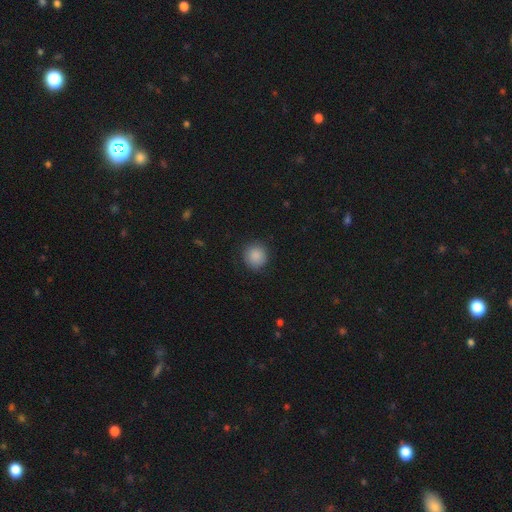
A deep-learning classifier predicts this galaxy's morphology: Smooth or featured? Predicted: smooth (p=0.88). How rounded? Predicted: round (p=0.90). Merging? Predicted: none (p=0.87).